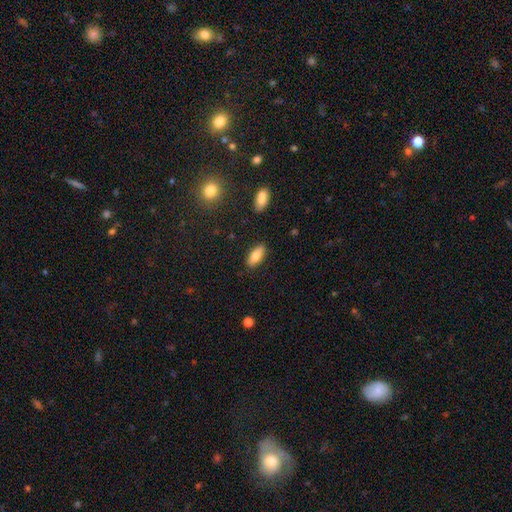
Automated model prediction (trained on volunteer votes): smooth_or_featured: smooth (p=0.79) [alt: featured or disk p=0.14]
how_rounded: in between (p=0.81) [alt: cigar-shaped p=0.17]
merging: none (p=0.87) [alt: minor disturbance p=0.09]